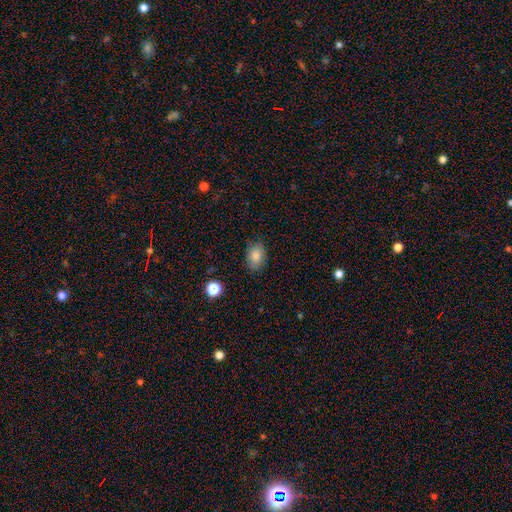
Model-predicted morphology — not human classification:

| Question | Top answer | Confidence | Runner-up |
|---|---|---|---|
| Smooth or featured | smooth | 83% | star or artifact (9%) |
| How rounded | in between | 82% | round (17%) |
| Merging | none | 83% | minor disturbance (13%) |